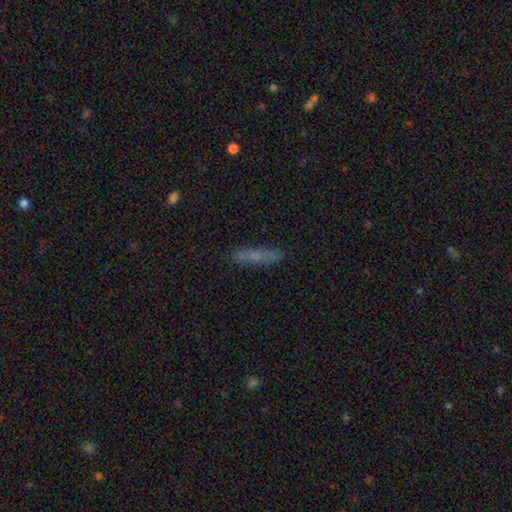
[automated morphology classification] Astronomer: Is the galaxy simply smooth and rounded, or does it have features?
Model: smooth — 62%.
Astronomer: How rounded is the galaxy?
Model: cigar-shaped — 87%.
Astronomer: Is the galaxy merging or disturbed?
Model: none — 84%.